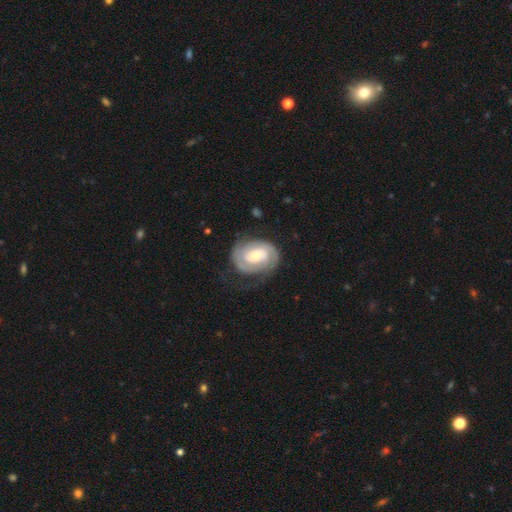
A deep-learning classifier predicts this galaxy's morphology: smooth_or_featured: featured or disk (p=0.81) [alt: smooth p=0.14]
disk_edge_on: no (p=0.97) [alt: yes p=0.03]
bar: no (p=0.58) [alt: weak p=0.32]
has_spiral_arms: yes (p=0.92) [alt: no p=0.08]
spiral_winding: tight (p=0.69) [alt: medium p=0.24]
spiral_arm_count: 2 (p=0.66) [alt: can't tell p=0.17]
bulge_size: moderate (p=0.47) [alt: small p=0.45]
merging: none (p=0.68) [alt: minor disturbance p=0.18]